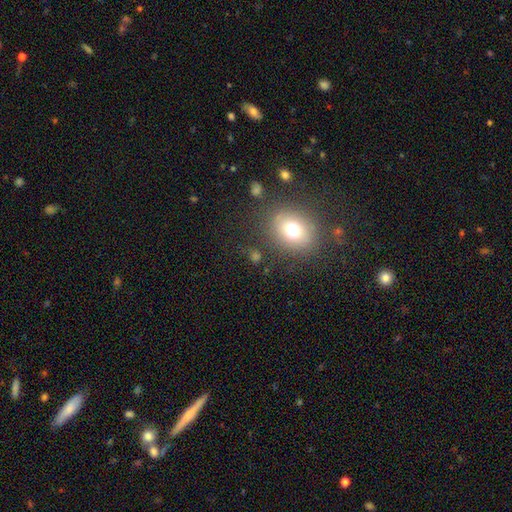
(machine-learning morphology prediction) This appears to be a smooth galaxy with no disk features (68%) that is round (56%). Merging: none (80%).